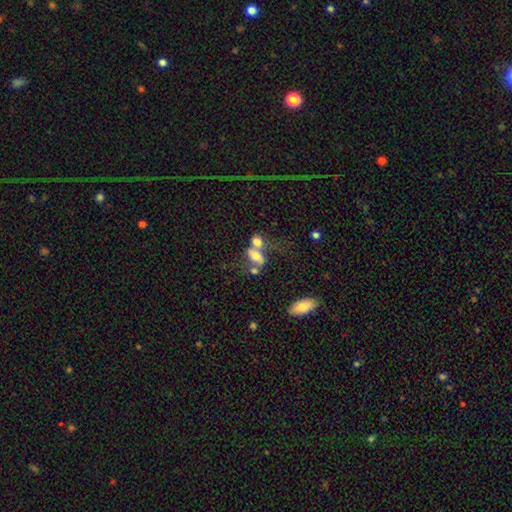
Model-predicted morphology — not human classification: smooth 52%, featured or disk 36%, star or artifact 11%. Down the decision tree: how rounded — in between (74%); merging — merger (53%).